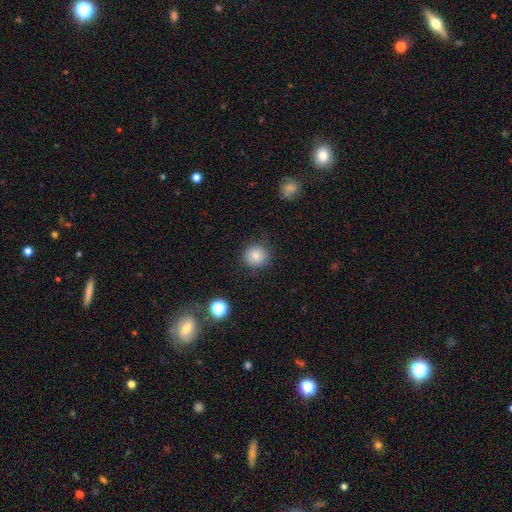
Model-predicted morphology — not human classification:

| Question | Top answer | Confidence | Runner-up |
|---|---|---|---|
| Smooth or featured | smooth | 83% | star or artifact (11%) |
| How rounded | round | 92% | in between (7%) |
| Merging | none | 87% | minor disturbance (9%) |